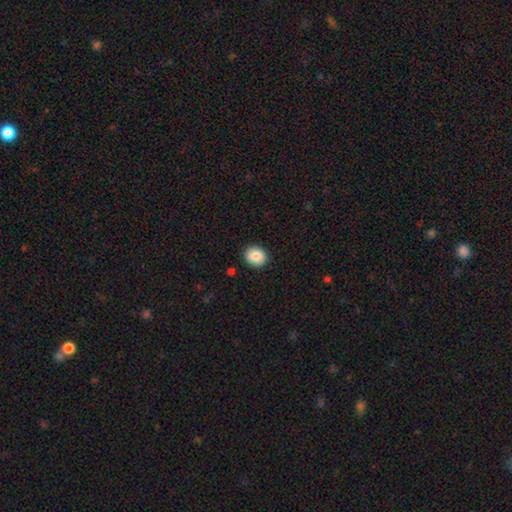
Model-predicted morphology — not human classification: A smooth galaxy with no disk features (84%) that is round (76%).

Vote fractions:
- Smooth or featured? smooth: 84% / star or artifact: 8% / featured or disk: 8%
- How rounded? round: 76% / in between: 23% / cigar-shaped: 1%
- Merging? none: 89% / minor disturbance: 8% / major disturbance: 2% / merger: 1%